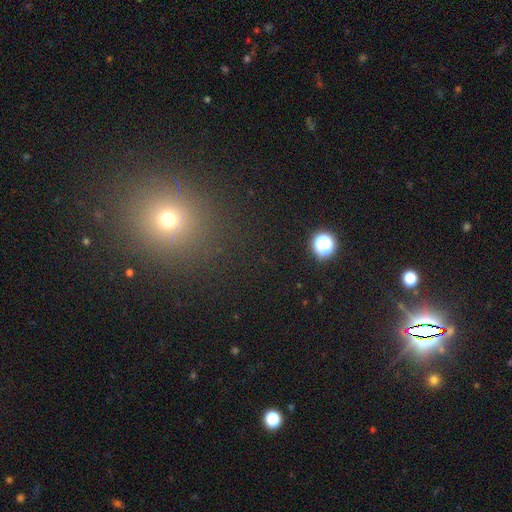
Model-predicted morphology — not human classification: This appears to be a smooth galaxy with no disk features (48%). Merging: none (90%).